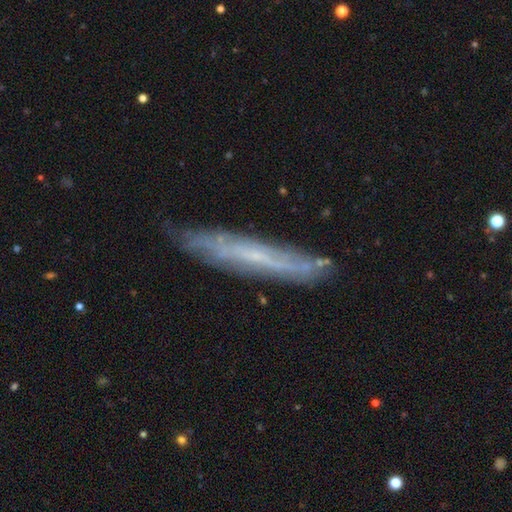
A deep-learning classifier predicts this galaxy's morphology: Overall: featured or disk (61%; smooth 32%). Edge-on disk: yes (71%). Merging: none (79%).